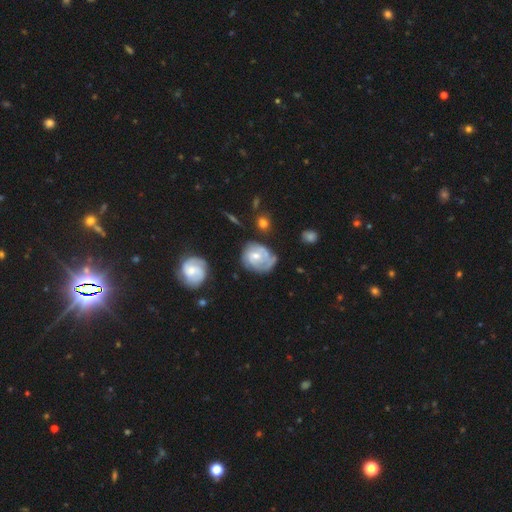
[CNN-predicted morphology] A featured or disk galaxy (66%) with no bar (68%), spiral arms (77%) and a moderate central bulge (51%).

Vote fractions:
- Smooth or featured? featured or disk: 66% / smooth: 27% / star or artifact: 7%
- Edge-on disk? no: 97% / yes: 3%
- Bar? no: 68% / weak: 27% / strong: 5%
- Spiral arms? yes: 77% / no: 23%
- Bulge size? moderate: 51% / small: 44% / large: 2% / none: 2% / dominant: 1%
- Merging? none: 48% / minor disturbance: 27% / major disturbance: 17% / merger: 8%